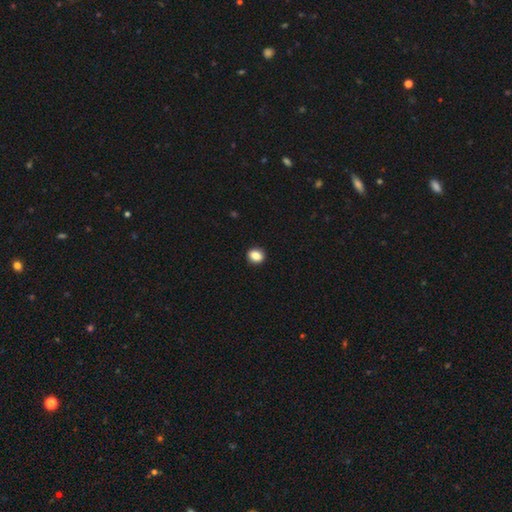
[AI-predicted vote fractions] Smooth or featured? Predicted: smooth (p=0.87). How rounded? Predicted: round (p=0.60). Merging? Predicted: none (p=0.92).